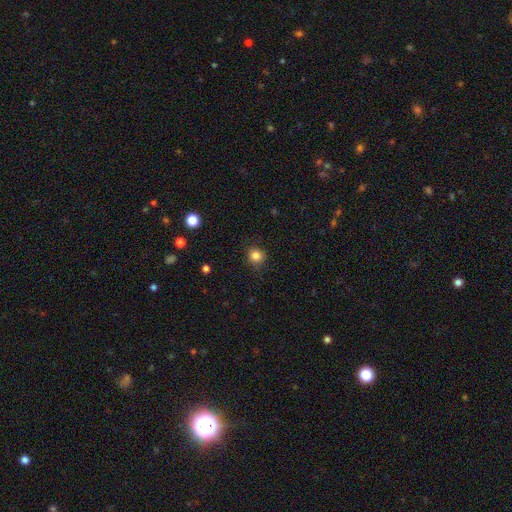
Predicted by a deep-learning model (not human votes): smooth 83%, star or artifact 12%, featured or disk 4%. Down the decision tree: how rounded — round (90%); merging — none (87%).